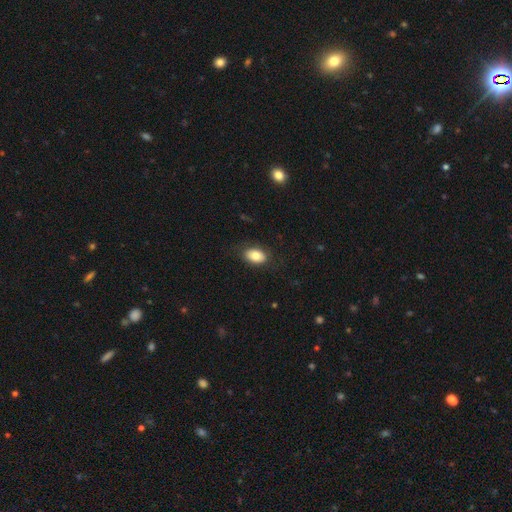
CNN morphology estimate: Q: Smooth or featured?
A: smooth (81%); runner-up: featured or disk (12%)
Q: How rounded?
A: in between (87%); runner-up: round (12%)
Q: Merging?
A: none (82%); runner-up: minor disturbance (13%)